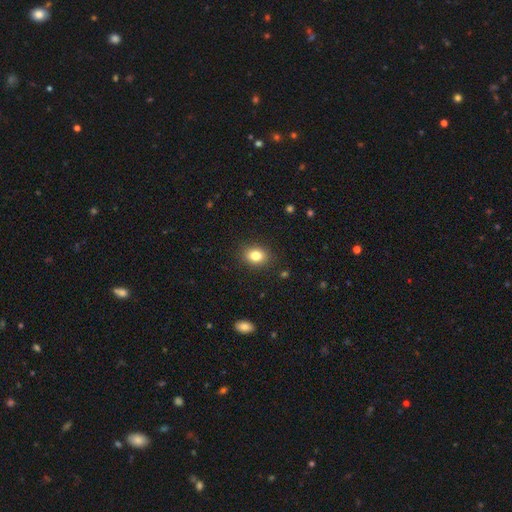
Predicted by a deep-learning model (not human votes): The model was most divided on "how rounded": in between: 56%, round: 43%, cigar-shaped: 1%. More confident: merging — none (89%); smooth or featured — smooth (82%).